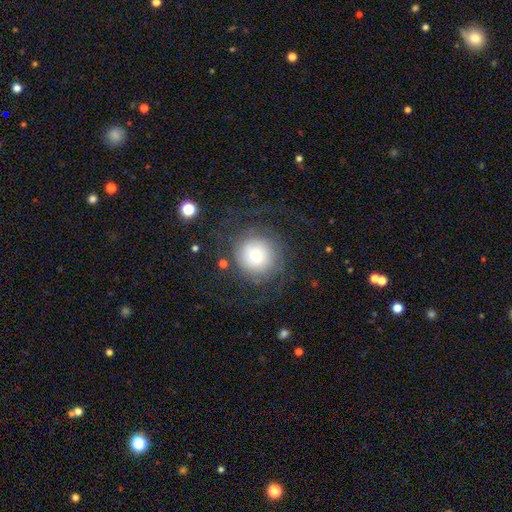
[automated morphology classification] The model was most divided on "smooth or featured": smooth: 54%, featured or disk: 35%, star or artifact: 11%. More confident: how rounded — round (91%); merging — none (64%).